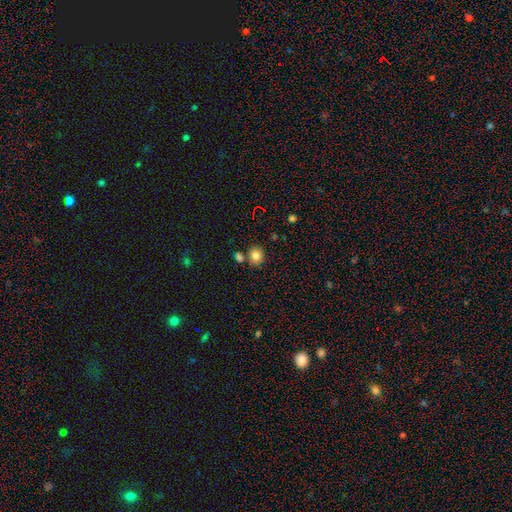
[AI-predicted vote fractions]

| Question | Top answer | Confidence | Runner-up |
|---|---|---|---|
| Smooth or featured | smooth | 81% | star or artifact (12%) |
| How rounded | round | 79% | in between (20%) |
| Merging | none | 75% | merger (13%) |